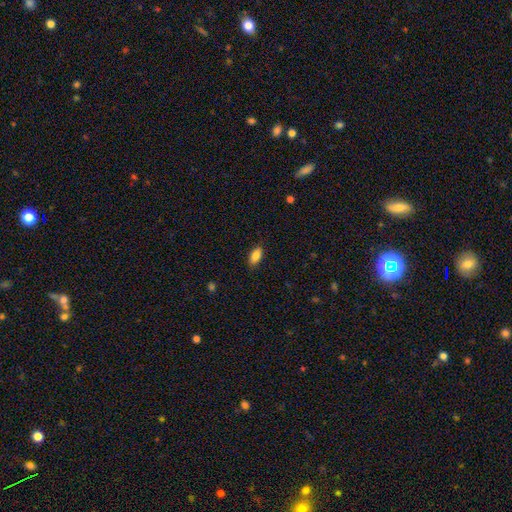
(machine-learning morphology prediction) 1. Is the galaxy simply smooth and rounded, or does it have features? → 86% smooth, 8% star or artifact, 6% featured or disk.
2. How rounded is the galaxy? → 88% in between, 9% cigar-shaped, 3% round.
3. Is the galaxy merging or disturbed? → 85% none, 11% minor disturbance, 3% major disturbance, 1% merger.